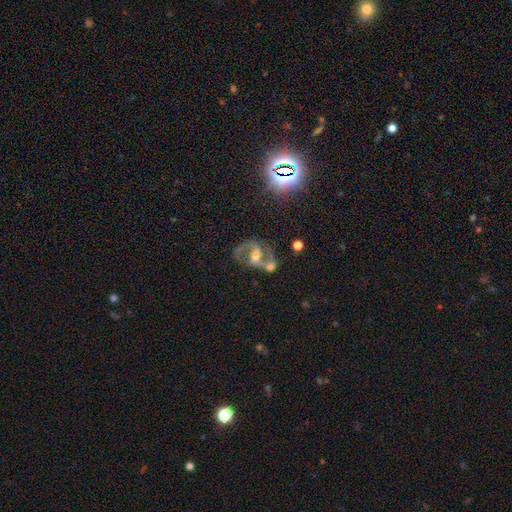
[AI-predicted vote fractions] This is likely a featured or disk galaxy (79%). It is clearly not viewed edge-on (97%). Bar: marginally strong (41%). Spiral arm pattern: clearly yes (92%). Spiral arm count: clearly 2 (89%). Spiral winding: possibly medium (54%). Central bulge: possibly moderate (57%). Merging: possibly none (51%).